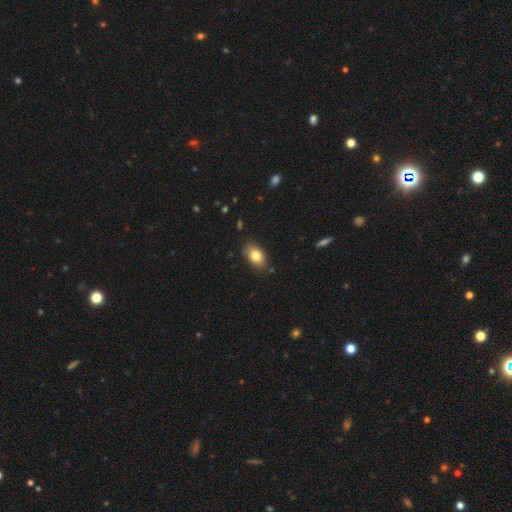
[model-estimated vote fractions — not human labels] This is likely a smooth galaxy (80%). How rounded: clearly in between (89%). Merging: clearly none (83%).